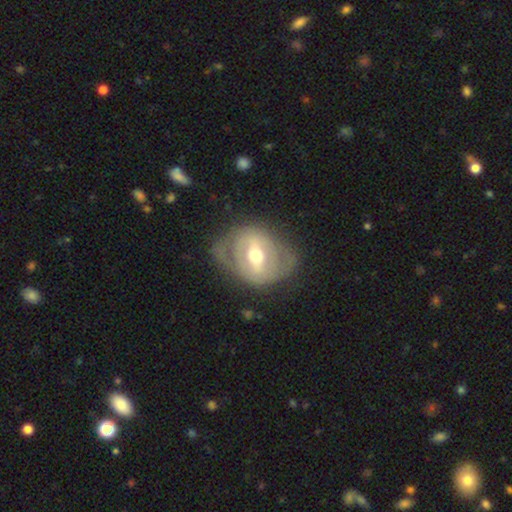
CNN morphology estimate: type=featured or disk (70%); edge-on=no (94%); bar=strong (43%); spiral arms=yes (53%); bulge=moderate (71%); merging=none (62%).